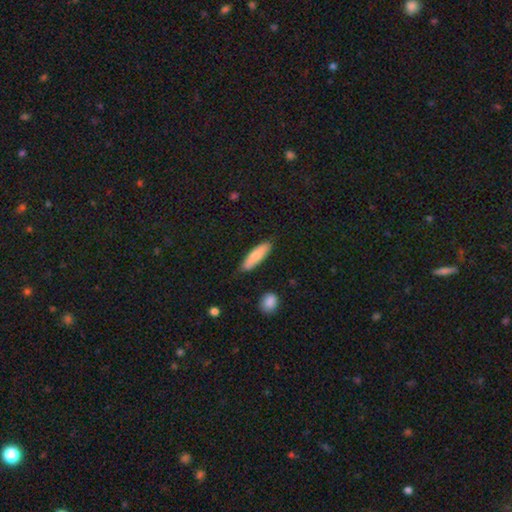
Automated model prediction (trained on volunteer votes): Smooth or featured?
  - smooth: 79% *
  - featured or disk: 16%
  - star or artifact: 6%
How rounded?
  - cigar-shaped: 60% *
  - in between: 38%
  - round: 2%
Merging?
  - none: 81% *
  - minor disturbance: 15%
  - major disturbance: 3%
  - merger: 2%